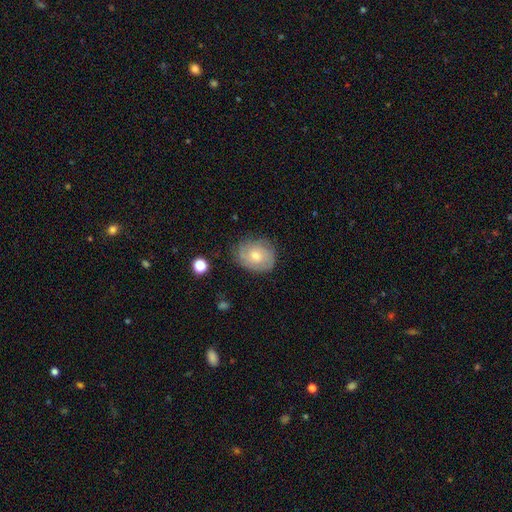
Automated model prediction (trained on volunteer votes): This is possibly a featured or disk galaxy (47%). Merging: likely none (69%).